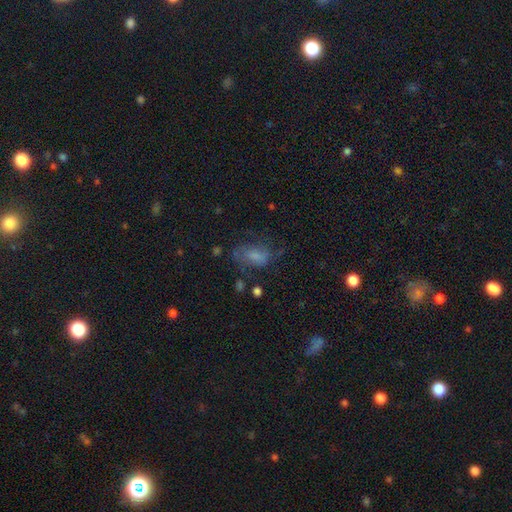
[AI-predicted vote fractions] Morphology: type=smooth (51%); roundness=in between (82%); merging=none (50%).